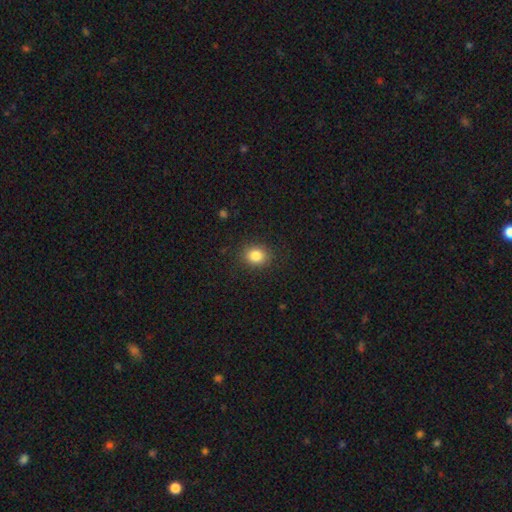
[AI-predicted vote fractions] Smooth or featured?
  - smooth: 84% *
  - star or artifact: 11%
  - featured or disk: 6%
How rounded?
  - round: 65% *
  - in between: 34%
  - cigar-shaped: 1%
Merging?
  - none: 88% *
  - minor disturbance: 8%
  - major disturbance: 3%
  - merger: 1%